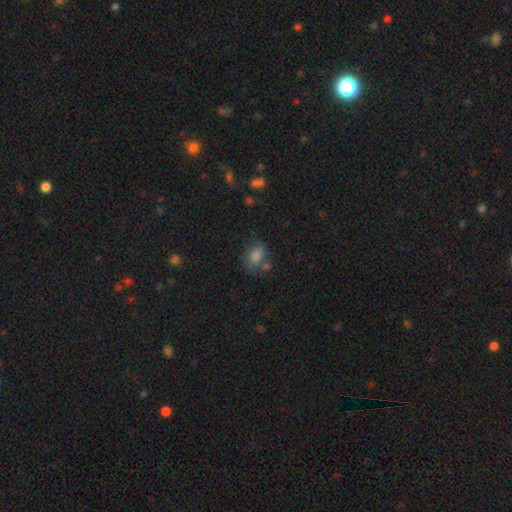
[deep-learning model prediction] Smooth or featured: smooth — 77% (star or artifact — 14%)
How rounded: in between — 76% (round — 22%)
Merging: none — 59% (minor disturbance — 18%)